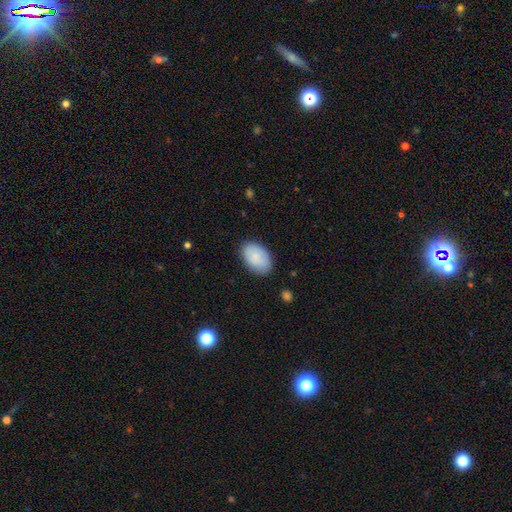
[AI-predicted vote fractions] A smooth galaxy with no disk features (87%) that is in between round and cigar-shaped (92%).

Vote fractions:
- Smooth or featured? smooth: 87% / featured or disk: 7% / star or artifact: 6%
- How rounded? in between: 92% / round: 7% / cigar-shaped: 1%
- Merging? none: 85% / minor disturbance: 12% / major disturbance: 3% / merger: 1%